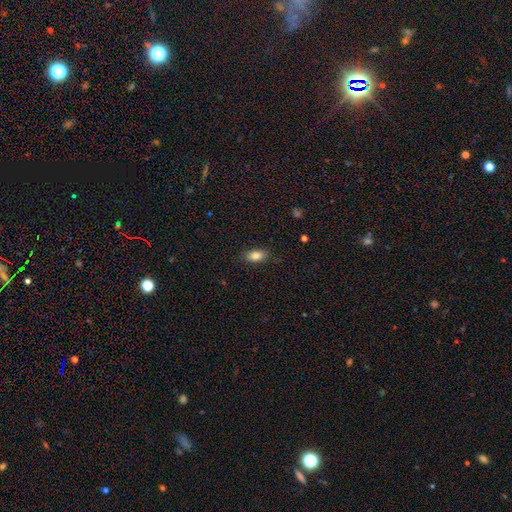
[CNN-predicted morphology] smooth-or-featured: smooth: 83% | featured or disk: 9% | star or artifact: 8%
  how-rounded: in between: 88% | cigar-shaped: 6% | round: 6%
  merging: none: 84% | minor disturbance: 12% | major disturbance: 3% | merger: 1%